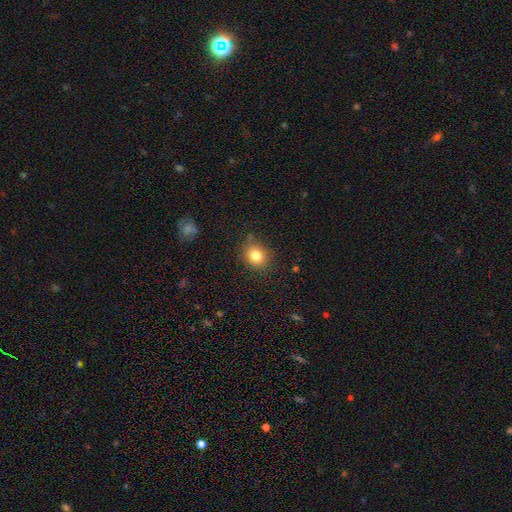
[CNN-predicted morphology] A smooth galaxy with no disk features (83%) that is round (65%).

Vote fractions:
- Smooth or featured? smooth: 83% / star or artifact: 11% / featured or disk: 6%
- How rounded? round: 65% / in between: 34% / cigar-shaped: 1%
- Merging? none: 81% / minor disturbance: 14% / major disturbance: 3% / merger: 2%